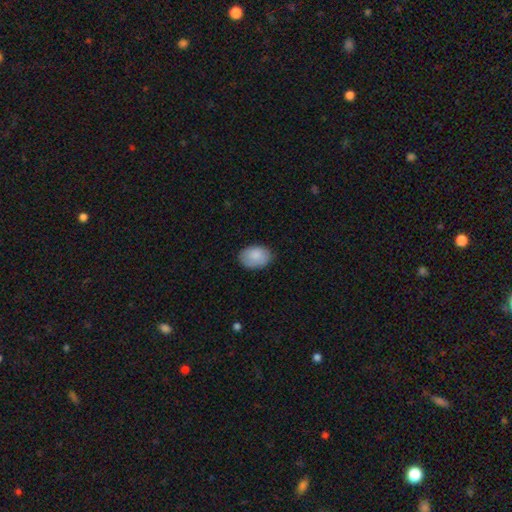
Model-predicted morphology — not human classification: Q: Smooth or featured?
A: smooth (85%); runner-up: featured or disk (9%)
Q: How rounded?
A: in between (84%); runner-up: round (15%)
Q: Merging?
A: none (78%); runner-up: minor disturbance (17%)